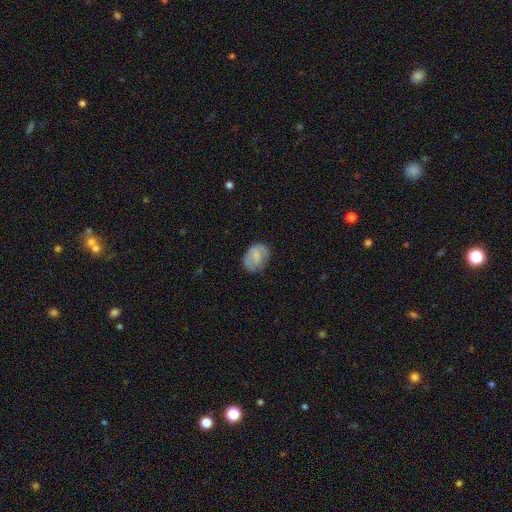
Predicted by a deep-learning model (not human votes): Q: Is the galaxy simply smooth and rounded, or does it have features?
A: smooth — 69%.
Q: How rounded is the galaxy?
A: in between — 65%.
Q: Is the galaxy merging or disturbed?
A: none — 67%.